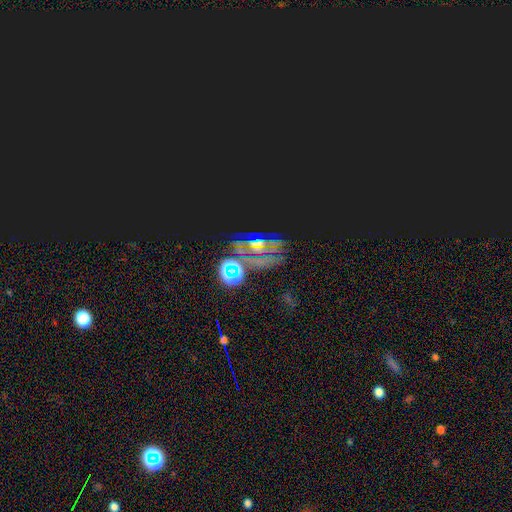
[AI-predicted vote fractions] smooth-or-featured: star or artifact: 55% | smooth: 24% | featured or disk: 21%